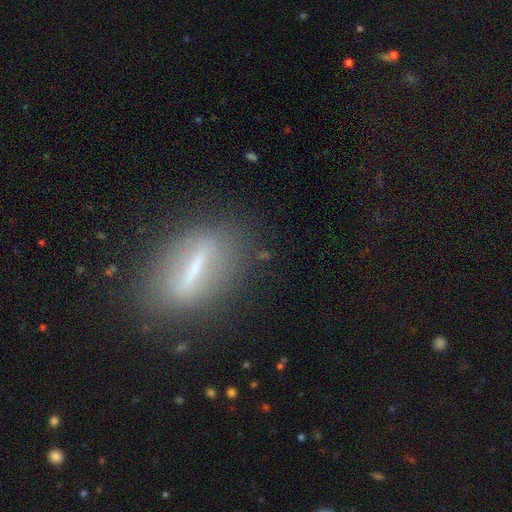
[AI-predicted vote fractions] Smooth or featured: featured or disk — 56% (smooth — 32%)
Edge-on disk: no — 58% (yes — 42%)
Merging: none — 79% (minor disturbance — 11%)